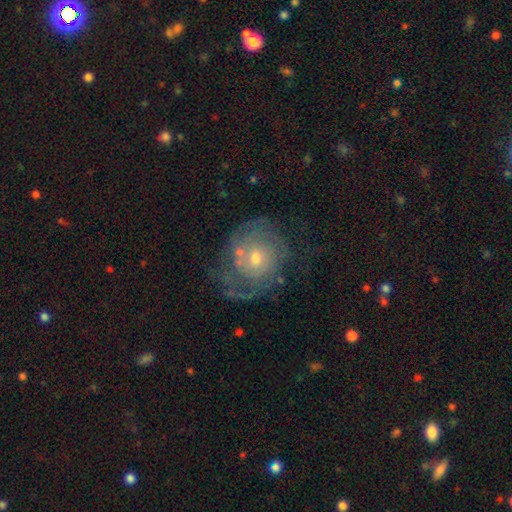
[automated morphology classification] Smooth or featured: featured or disk — 77% (smooth — 14%)
Edge-on disk: no — 98% (yes — 2%)
Bar: no — 78% (weak — 19%)
Spiral arms: yes — 87% (no — 13%)
Spiral winding: tight — 57% (medium — 30%)
Spiral arm count: 2 — 43% (can't tell — 32%)
Bulge size: moderate — 49% (small — 45%)
Merging: none — 58% (minor disturbance — 19%)